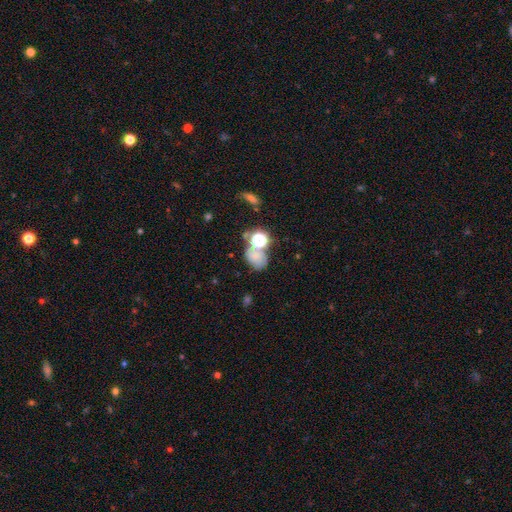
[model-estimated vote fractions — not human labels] A smooth galaxy with no disk features (57%) that is in between round and cigar-shaped (53%). Merging: none (38%).